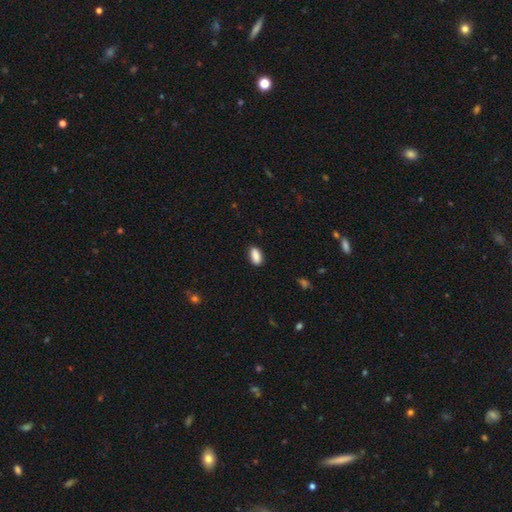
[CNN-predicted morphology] This appears to be a smooth galaxy with no disk features (88%) that is in between round and cigar-shaped (89%). Merging: none (86%).